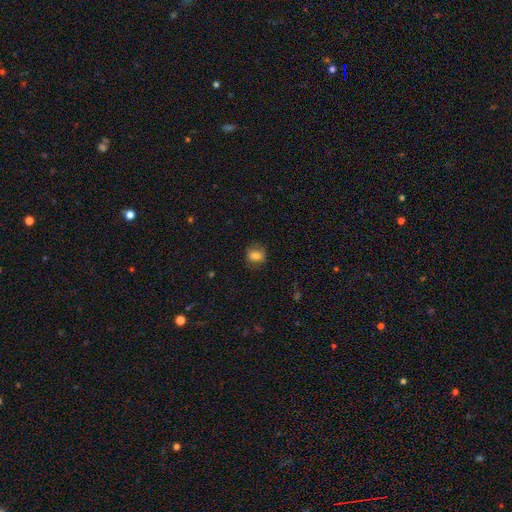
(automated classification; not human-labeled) This appears to be a smooth galaxy with no disk features (77%) that is round (56%). Merging: none (76%).